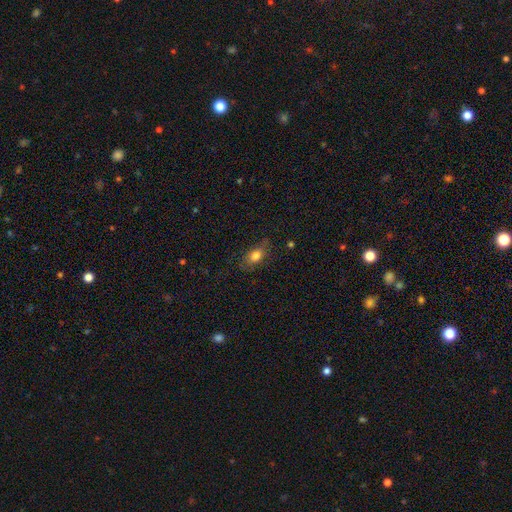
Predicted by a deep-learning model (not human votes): Smooth or featured? Predicted: smooth (p=0.75). How rounded? Predicted: in between (p=0.78). Merging? Predicted: none (p=0.69).